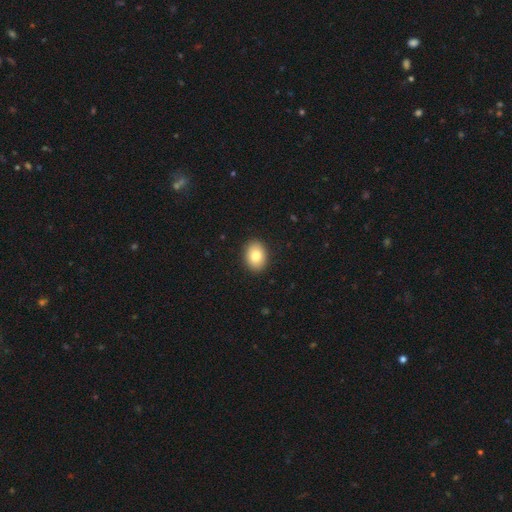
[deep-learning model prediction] The model was most divided on "how rounded": in between: 71%, round: 28%, cigar-shaped: 1%. More confident: merging — none (91%); smooth or featured — smooth (83%).